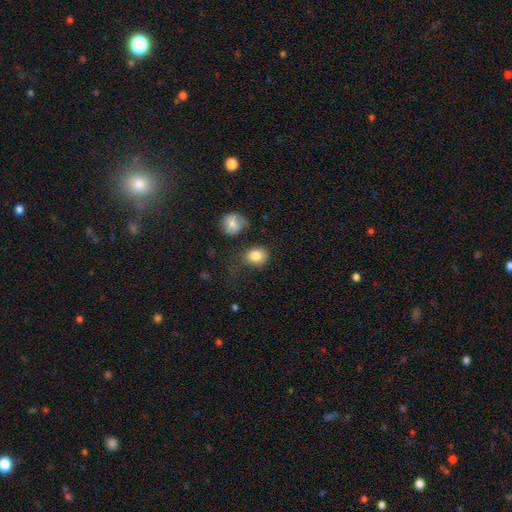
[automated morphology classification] Overall: smooth (85%). How rounded: round (64%; in between 35%). Merging: none (61%).